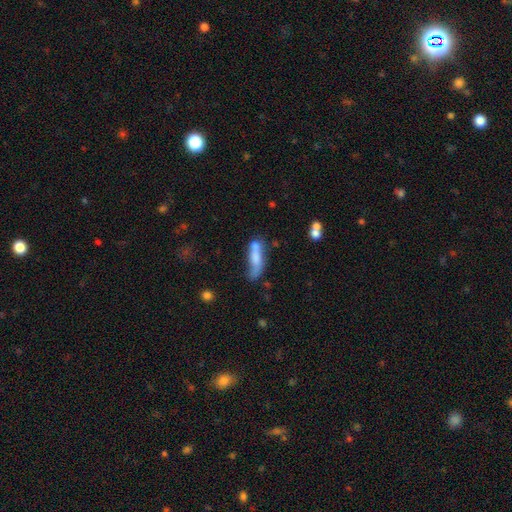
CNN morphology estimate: smooth_or_featured: smooth (p=0.62) [alt: featured or disk p=0.30]
how_rounded: cigar-shaped (p=0.59) [alt: in between p=0.38]
merging: none (p=0.34) [alt: minor disturbance p=0.28]